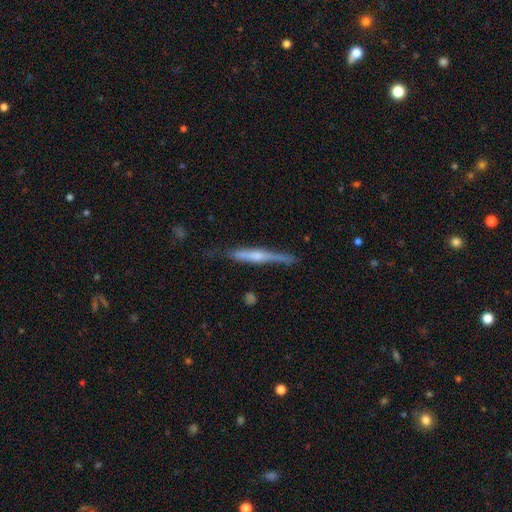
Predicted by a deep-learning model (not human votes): Smooth or featured? Predicted: featured or disk (p=0.64). Edge-on disk? Predicted: yes (p=0.96). Edge-on bulge? Predicted: rounded (p=0.64). Merging? Predicted: none (p=0.71).